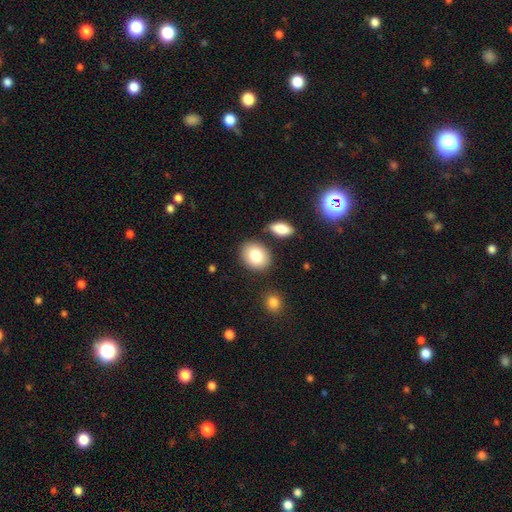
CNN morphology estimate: type=smooth (81%); roundness=in between (57%); merging=none (81%).